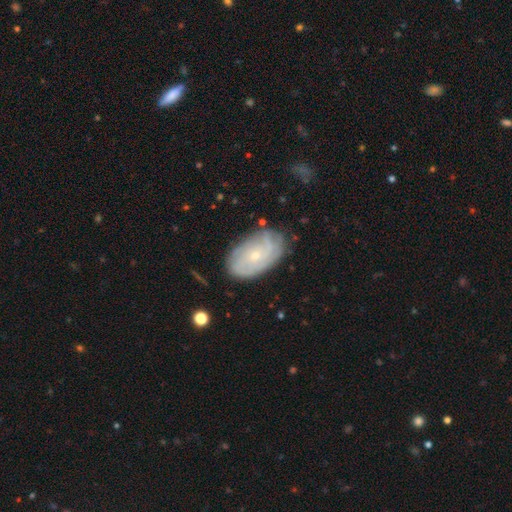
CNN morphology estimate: Smooth or featured? Predicted: featured or disk (p=0.64). Edge-on disk? Predicted: no (p=0.94). Bar? Predicted: no (p=0.81). Spiral arms? Predicted: yes (p=0.81). Bulge size? Predicted: small (p=0.79). Merging? Predicted: none (p=0.75).